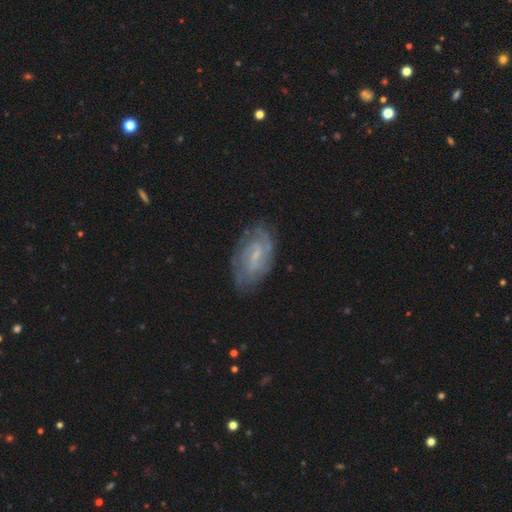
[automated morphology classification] A featured or disk galaxy (72%) with a weak bar (58%), 2 (41%) tight (51%) spiral arms (86%) and a small central bulge (61%). Merging: none (74%).